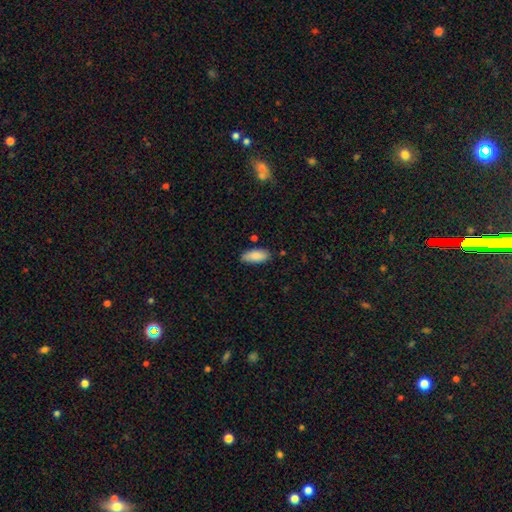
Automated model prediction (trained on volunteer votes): Smooth or featured: smooth — 88% (star or artifact — 6%)
How rounded: in between — 86% (cigar-shaped — 12%)
Merging: none — 80% (minor disturbance — 15%)